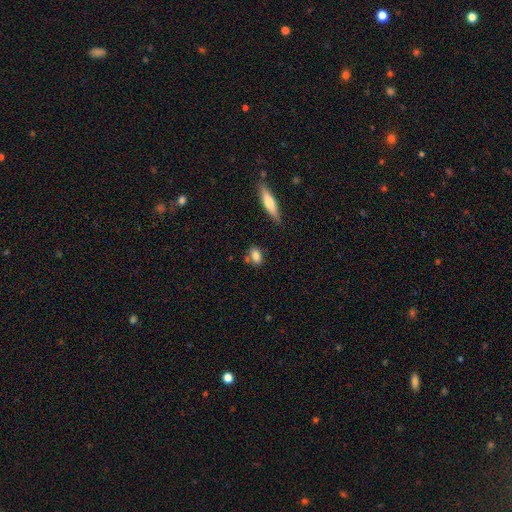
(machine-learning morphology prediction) Smooth or featured? Predicted: smooth (p=0.81). How rounded? Predicted: in between (p=0.78). Merging? Predicted: none (p=0.71).